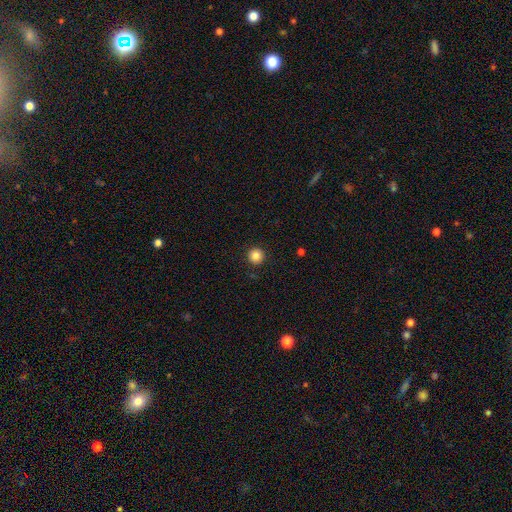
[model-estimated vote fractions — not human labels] smooth 84%, star or artifact 11%, featured or disk 5%. Down the decision tree: how rounded — round (96%); merging — none (92%).